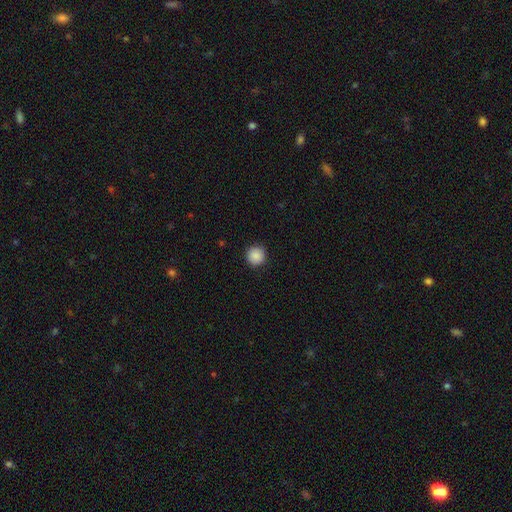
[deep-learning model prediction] Smooth or featured?
  - smooth: 88% *
  - star or artifact: 9%
  - featured or disk: 3%
How rounded?
  - round: 95% *
  - in between: 4%
  - cigar-shaped: 1%
Merging?
  - none: 92% *
  - minor disturbance: 6%
  - major disturbance: 2%
  - merger: 1%